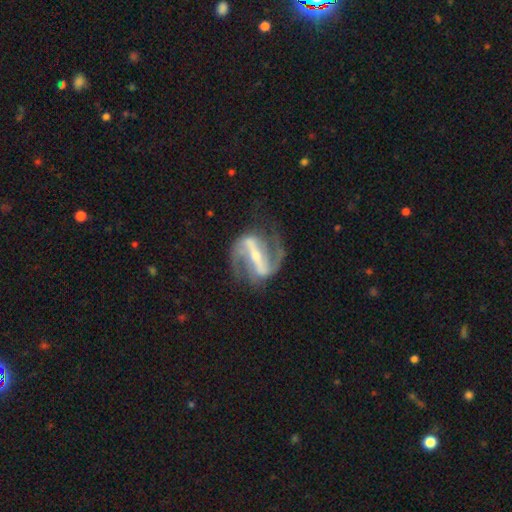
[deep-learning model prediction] Morphology: type=featured or disk (92%); edge-on=no (95%); bar=strong (80%); spiral arms=yes (97%); winding=medium (53%); arm count=2 (92%); bulge=small (54%); merging=none (74%).